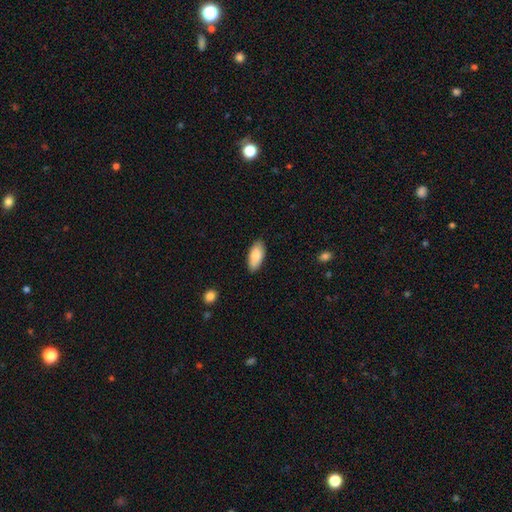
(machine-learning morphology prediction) type=smooth (85%); roundness=in between (89%); merging=none (85%).